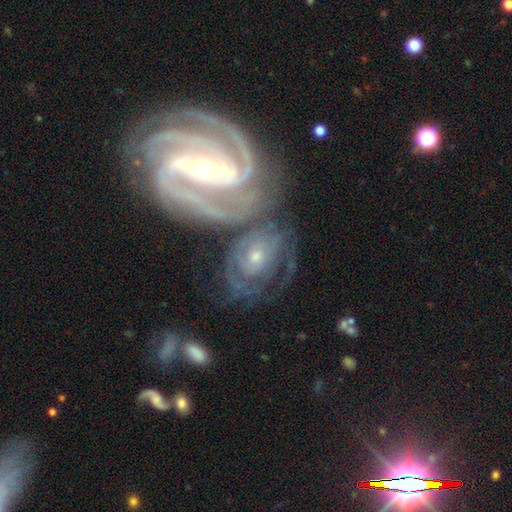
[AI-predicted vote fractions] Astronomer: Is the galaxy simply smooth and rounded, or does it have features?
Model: featured or disk — 79%.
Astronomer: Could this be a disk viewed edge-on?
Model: no — 96%.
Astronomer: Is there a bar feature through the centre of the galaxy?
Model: no — 58%.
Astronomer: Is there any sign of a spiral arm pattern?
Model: yes — 87%.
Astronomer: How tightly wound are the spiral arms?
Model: tight — 59%.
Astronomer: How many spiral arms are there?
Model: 2 — 33% (runner-up: can't tell, 32%).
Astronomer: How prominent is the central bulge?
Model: moderate — 47% (runner-up: small, 45%).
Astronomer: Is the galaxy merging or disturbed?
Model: merger — 40% (runner-up: none, 33%).